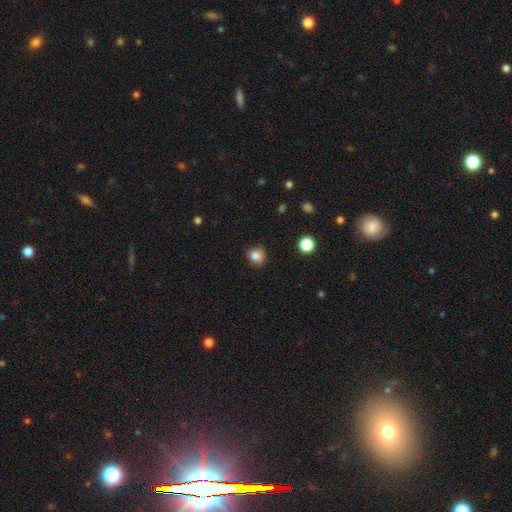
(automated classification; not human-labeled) Smooth or featured? smooth (84%)
How rounded? round (82%)
Merging? none (81%)